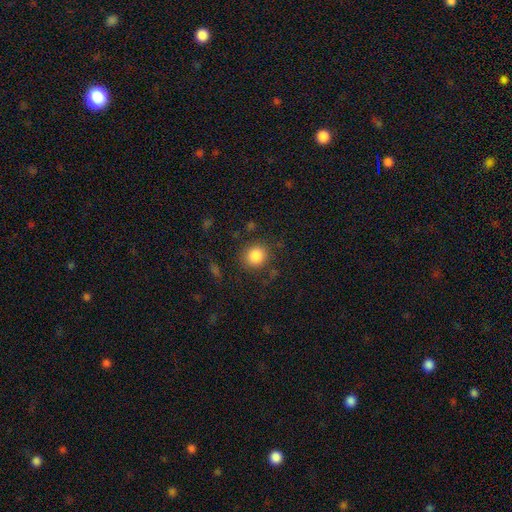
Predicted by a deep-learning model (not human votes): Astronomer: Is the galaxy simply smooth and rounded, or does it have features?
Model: smooth — 85%.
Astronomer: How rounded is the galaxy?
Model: round — 86%.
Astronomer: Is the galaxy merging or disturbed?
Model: none — 83%.